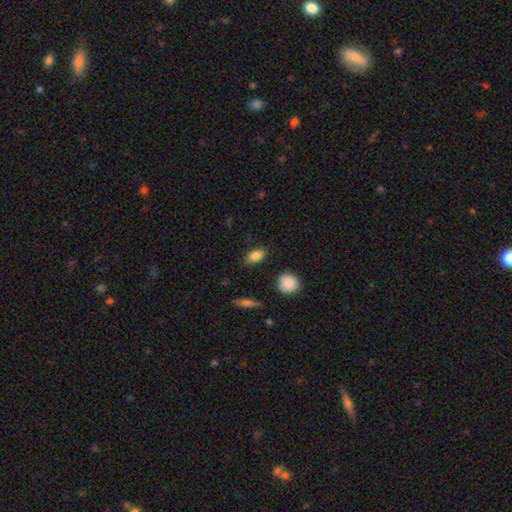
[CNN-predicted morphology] Overall: smooth (84%). How rounded: in between (85%). Merging: none (86%).